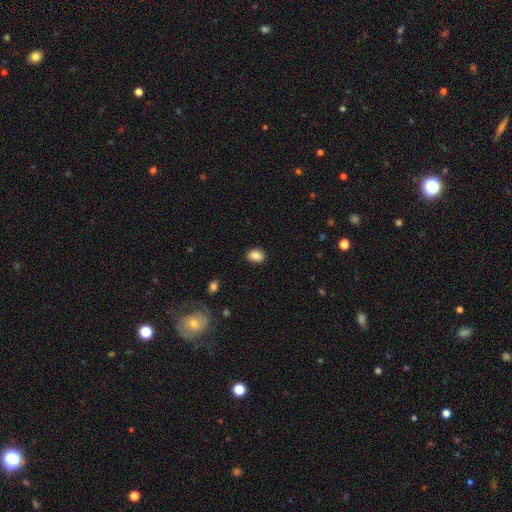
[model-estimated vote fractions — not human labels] Morphology: type=smooth (85%); roundness=in between (65%); merging=none (89%).